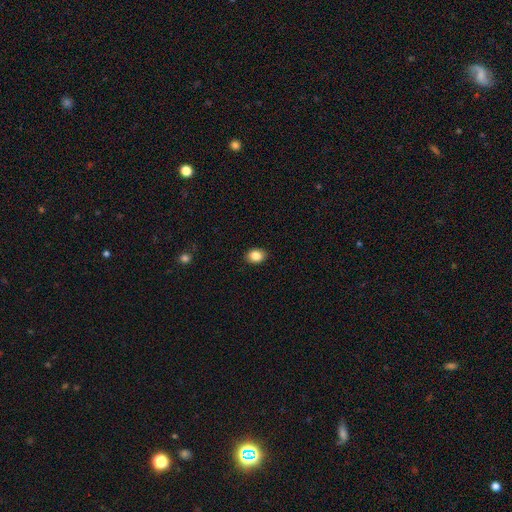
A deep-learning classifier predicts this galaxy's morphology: Smooth or featured? smooth (86%)
How rounded? in between (63%)
Merging? none (90%)